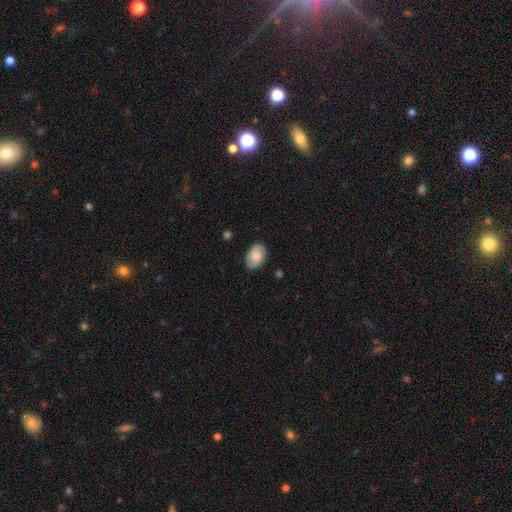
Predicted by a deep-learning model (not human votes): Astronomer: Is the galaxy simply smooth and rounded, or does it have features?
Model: smooth — 69%.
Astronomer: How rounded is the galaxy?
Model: in between — 88%.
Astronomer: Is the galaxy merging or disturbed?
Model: none — 83%.